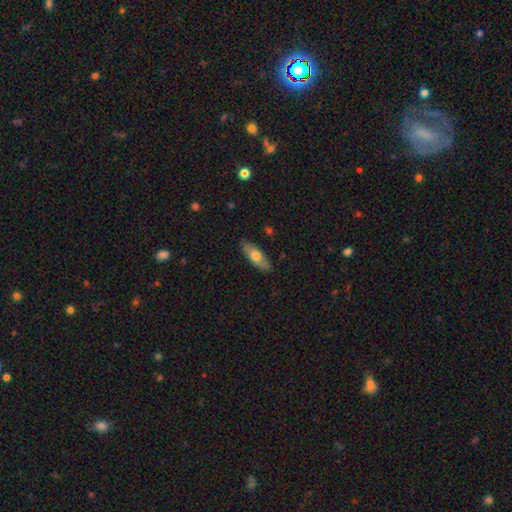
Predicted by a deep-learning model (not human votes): A smooth galaxy with no disk features (68%) that is in between round and cigar-shaped (70%). Merging: none (85%).